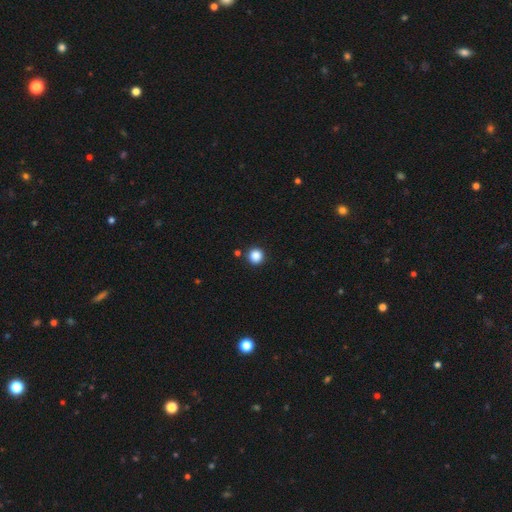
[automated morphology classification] Smooth or featured? Predicted: smooth (p=0.87). How rounded? Predicted: round (p=0.95). Merging? Predicted: none (p=0.90).